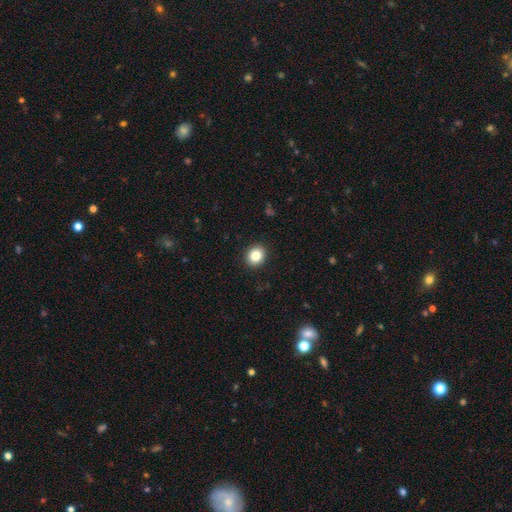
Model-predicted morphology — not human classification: Smooth or featured? Predicted: smooth (p=0.84). How rounded? Predicted: round (p=0.71). Merging? Predicted: none (p=0.92).